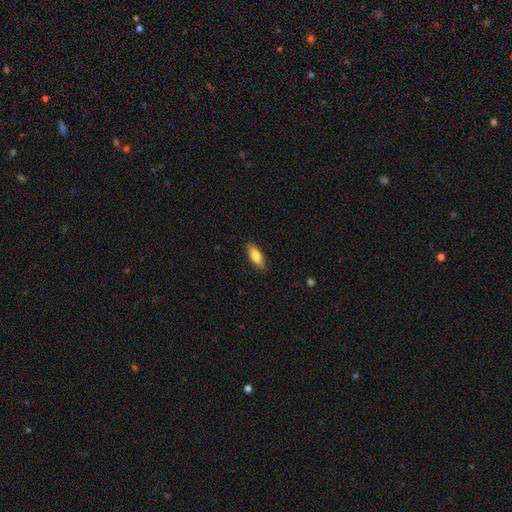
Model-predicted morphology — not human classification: Q: Smooth or featured?
A: smooth (80%); runner-up: featured or disk (14%)
Q: How rounded?
A: in between (72%); runner-up: cigar-shaped (26%)
Q: Merging?
A: none (87%); runner-up: minor disturbance (10%)